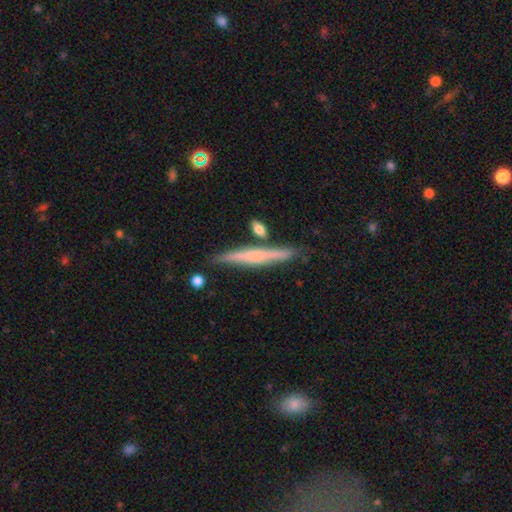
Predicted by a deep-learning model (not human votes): Smooth or featured?
  - featured or disk: 49% *
  - smooth: 44%
  - star or artifact: 6%
Merging?
  - none: 81% *
  - minor disturbance: 11%
  - merger: 6%
  - major disturbance: 2%